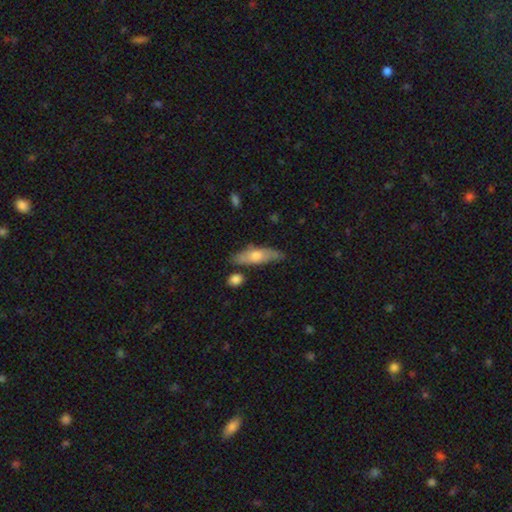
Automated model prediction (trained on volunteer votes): smooth-or-featured: smooth: 56% | featured or disk: 38% | star or artifact: 6%
  how-rounded: cigar-shaped: 52% | in between: 45% | round: 3%
  merging: none: 72% | minor disturbance: 18% | merger: 5% | major disturbance: 4%